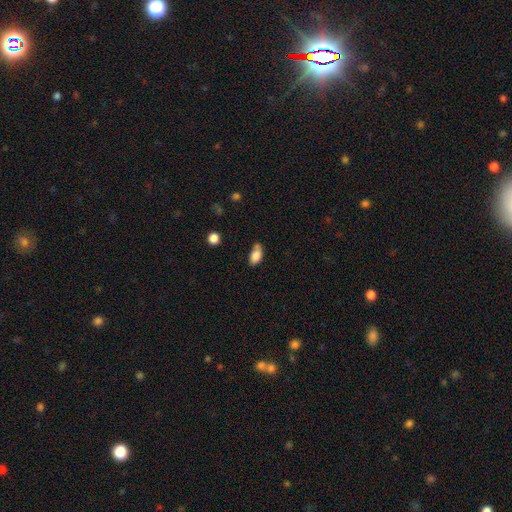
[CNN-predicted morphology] Smooth or featured? Predicted: smooth (p=0.83). How rounded? Predicted: in between (p=0.91). Merging? Predicted: none (p=0.52).